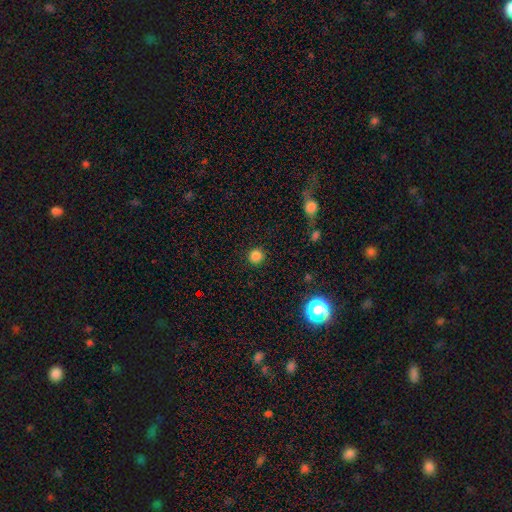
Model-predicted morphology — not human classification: Smooth or featured?
  - smooth: 84% *
  - star or artifact: 13%
  - featured or disk: 4%
How rounded?
  - round: 94% *
  - in between: 5%
  - cigar-shaped: 1%
Merging?
  - none: 91% *
  - minor disturbance: 5%
  - major disturbance: 2%
  - merger: 1%